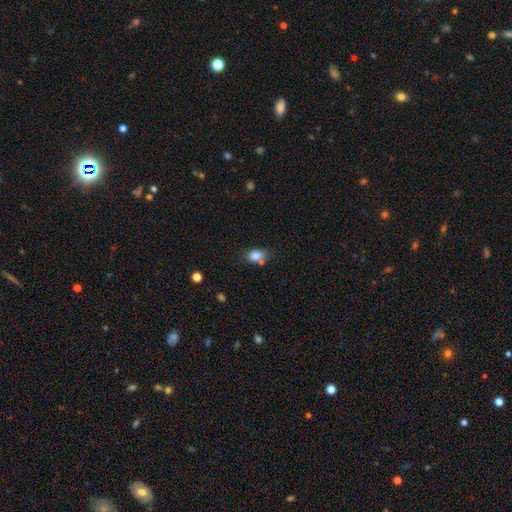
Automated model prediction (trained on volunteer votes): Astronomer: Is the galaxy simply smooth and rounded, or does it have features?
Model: smooth — 82%.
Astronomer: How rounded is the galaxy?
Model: in between — 74%.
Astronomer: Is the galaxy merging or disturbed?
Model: none — 60%.